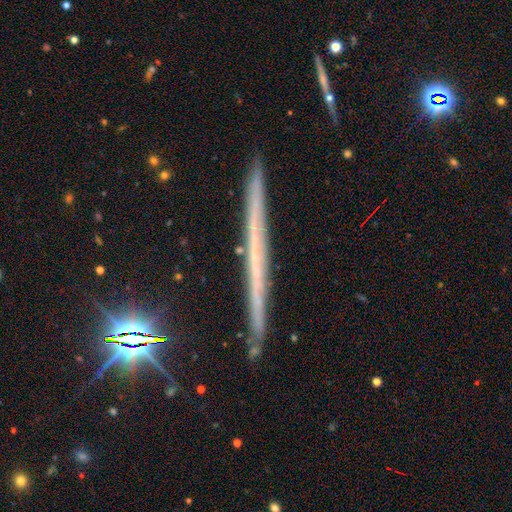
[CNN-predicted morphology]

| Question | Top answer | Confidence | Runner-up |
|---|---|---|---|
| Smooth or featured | featured or disk | 60% | smooth (28%) |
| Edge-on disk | yes | 97% | no (3%) |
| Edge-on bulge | none | 92% | rounded (6%) |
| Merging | none | 90% | minor disturbance (8%) |